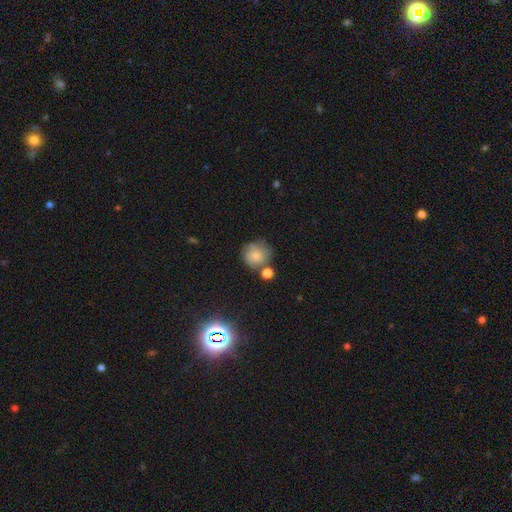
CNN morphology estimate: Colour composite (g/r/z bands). It shows a smooth galaxy with no disk features (72%) that is round (87%). Merging: none (57%).